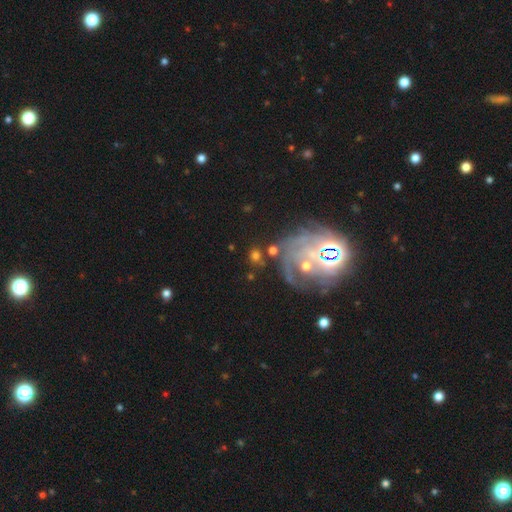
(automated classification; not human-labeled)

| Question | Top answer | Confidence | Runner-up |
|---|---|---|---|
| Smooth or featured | smooth | 57% | featured or disk (23%) |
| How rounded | round | 77% | in between (21%) |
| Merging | none | 70% | minor disturbance (12%) |